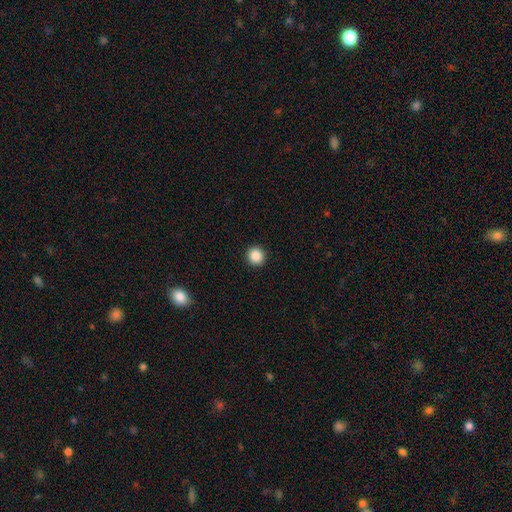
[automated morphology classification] This appears to be a smooth galaxy with no disk features (88%) that is round (92%). Merging: none (93%).